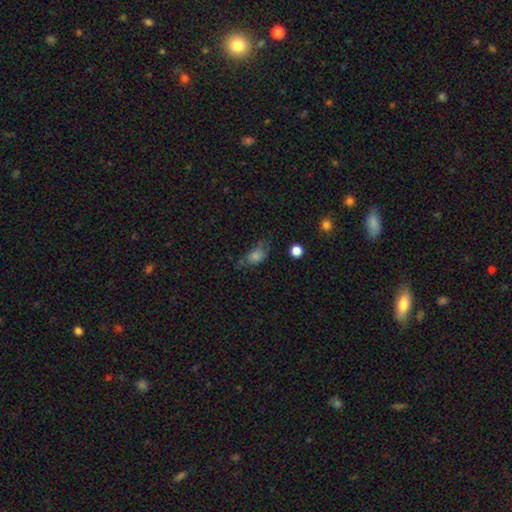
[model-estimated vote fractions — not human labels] Q: Smooth or featured?
A: smooth (66%); runner-up: featured or disk (18%)
Q: How rounded?
A: in between (77%); runner-up: round (14%)
Q: Merging?
A: none (52%); runner-up: minor disturbance (29%)